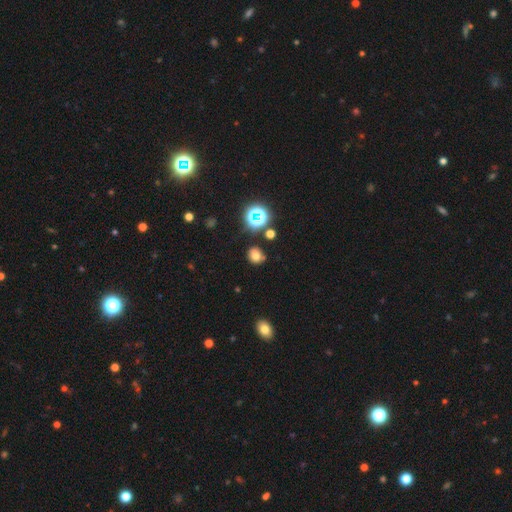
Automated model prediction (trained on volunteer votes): smooth 67%, star or artifact 22%, featured or disk 11%. Down the decision tree: how rounded — round (75%); merging — none (75%).